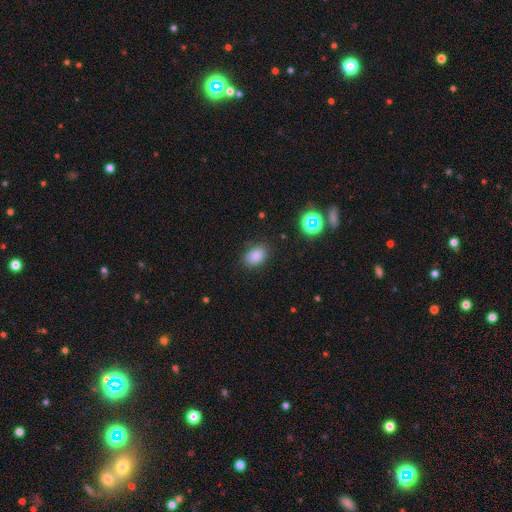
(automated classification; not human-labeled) Smooth or featured: smooth — 83% (star or artifact — 12%)
How rounded: in between — 76% (round — 23%)
Merging: none — 82% (minor disturbance — 14%)